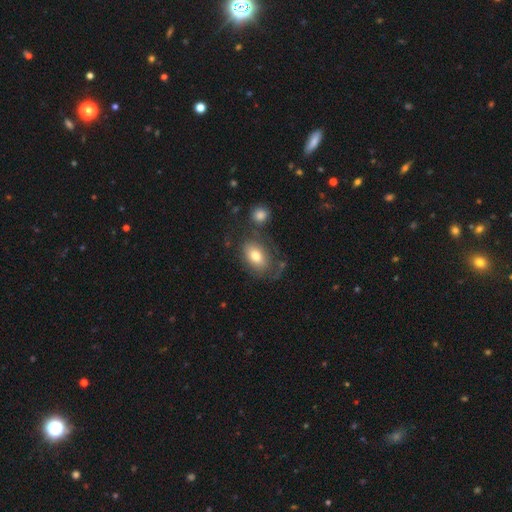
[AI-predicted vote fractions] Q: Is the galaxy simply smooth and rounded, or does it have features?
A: smooth — 73%.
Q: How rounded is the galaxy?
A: in between — 82%.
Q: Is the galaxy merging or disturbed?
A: none — 57%.